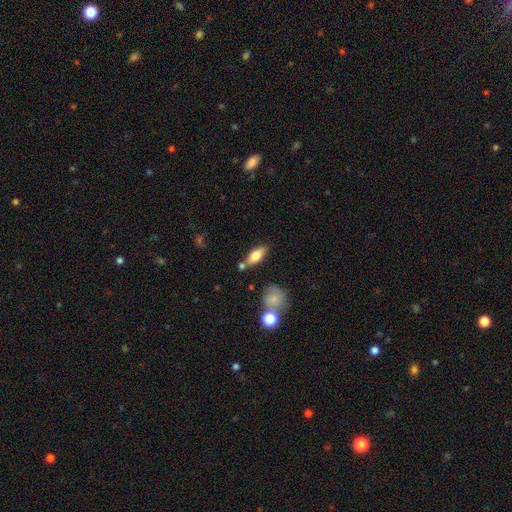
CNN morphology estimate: The model was most divided on "smooth or featured": smooth: 73%, featured or disk: 20%, star or artifact: 7%. More confident: how rounded — in between (77%); merging — none (74%).